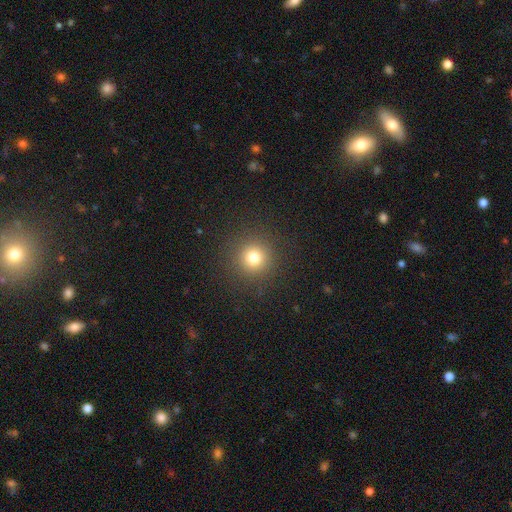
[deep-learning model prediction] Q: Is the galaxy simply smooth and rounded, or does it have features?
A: smooth — 59%.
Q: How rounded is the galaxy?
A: round — 95%.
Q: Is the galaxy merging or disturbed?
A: none — 92%.